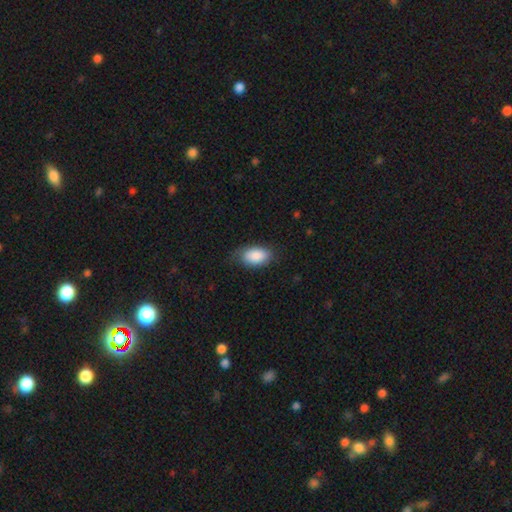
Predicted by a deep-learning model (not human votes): A smooth galaxy with no disk features (87%) that is in between round and cigar-shaped (93%). Merging: none (72%).